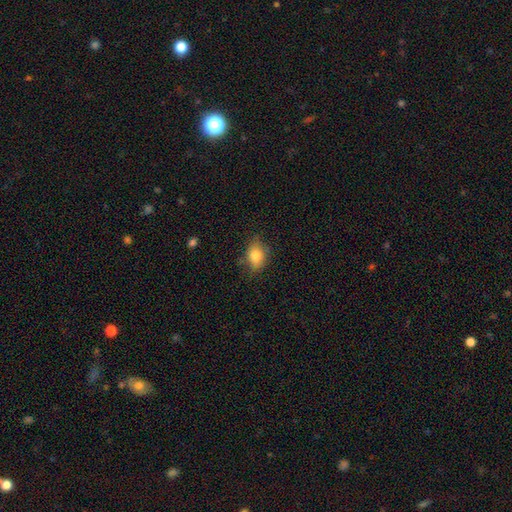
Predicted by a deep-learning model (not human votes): smooth_or_featured: smooth (p=0.78) [alt: featured or disk p=0.13]
how_rounded: in between (p=0.69) [alt: round p=0.29]
merging: none (p=0.71) [alt: minor disturbance p=0.23]